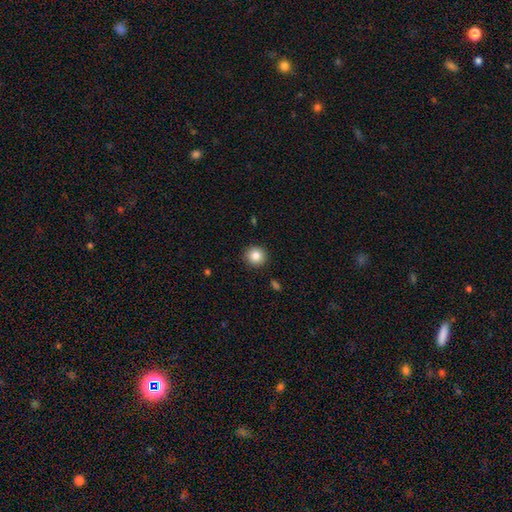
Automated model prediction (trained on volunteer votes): smooth_or_featured: smooth (p=0.84) [alt: star or artifact p=0.10]
how_rounded: round (p=0.93) [alt: in between p=0.06]
merging: none (p=0.91) [alt: minor disturbance p=0.06]